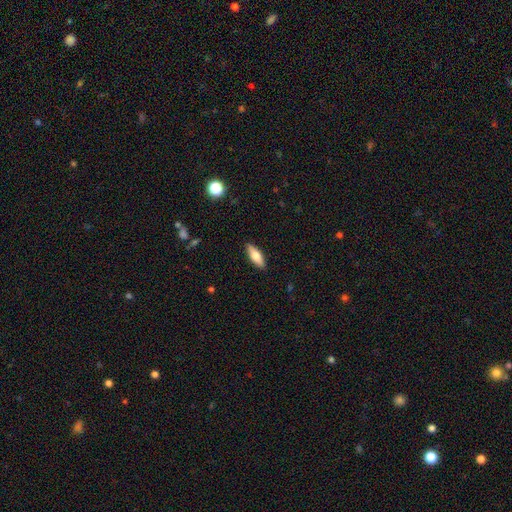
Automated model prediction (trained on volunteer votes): smooth 62%, featured or disk 32%, star or artifact 6%. Down the decision tree: how rounded — in between (56%); merging — none (89%).